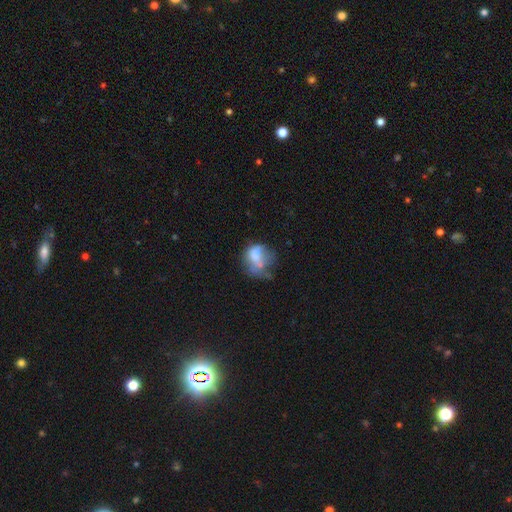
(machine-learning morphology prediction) Smooth or featured? smooth (56%)
How rounded? round (52%)
Merging? major disturbance (30%)